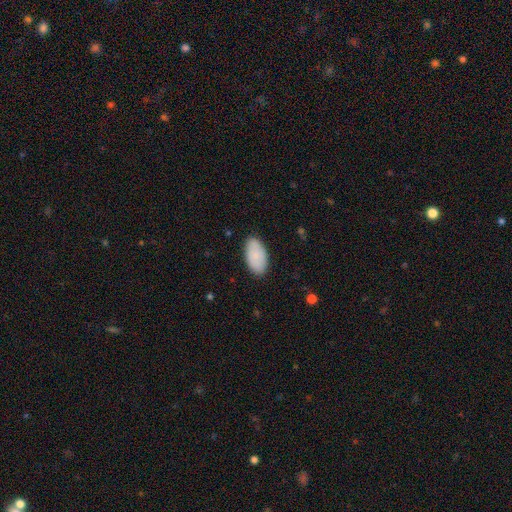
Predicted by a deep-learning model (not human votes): The model was most divided on "merging": none: 85%, minor disturbance: 12%, major disturbance: 2%, merger: 1%. More confident: how rounded — in between (95%); smooth or featured — smooth (84%).